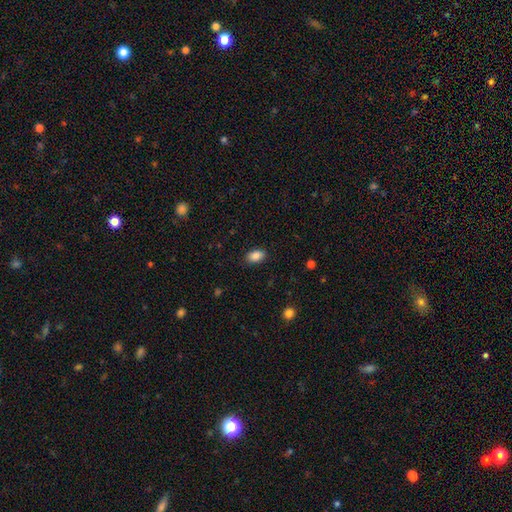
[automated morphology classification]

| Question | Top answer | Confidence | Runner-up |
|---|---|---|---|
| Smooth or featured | smooth | 87% | star or artifact (8%) |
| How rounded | in between | 89% | round (10%) |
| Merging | none | 87% | minor disturbance (10%) |